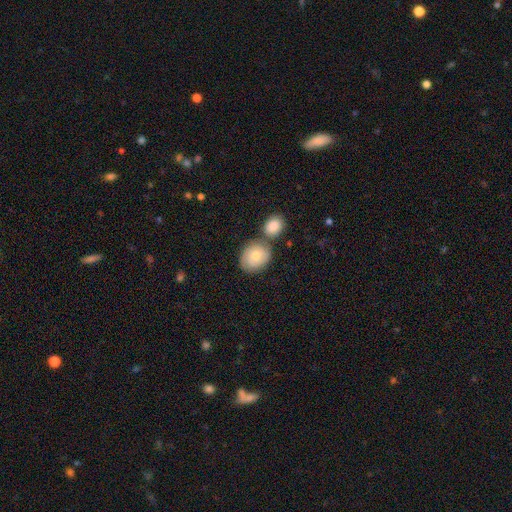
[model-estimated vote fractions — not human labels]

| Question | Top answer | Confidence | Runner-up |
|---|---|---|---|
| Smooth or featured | smooth | 61% | featured or disk (32%) |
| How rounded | round | 63% | in between (36%) |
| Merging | none | 53% | merger (28%) |